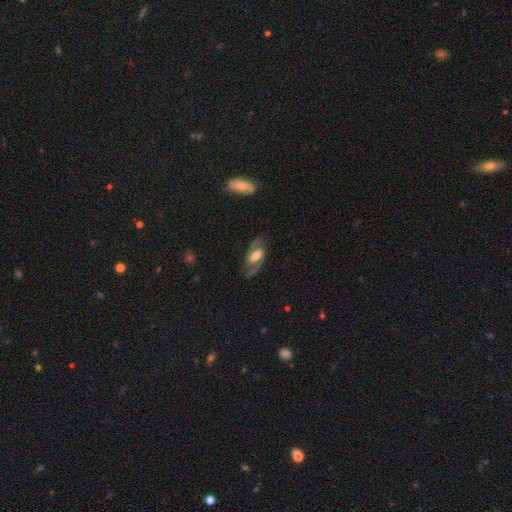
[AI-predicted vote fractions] Q: Smooth or featured?
A: featured or disk (80%); runner-up: smooth (14%)
Q: Edge-on disk?
A: no (95%); runner-up: yes (5%)
Q: Bar?
A: weak (44%); runner-up: strong (29%)
Q: Spiral arms?
A: yes (92%); runner-up: no (8%)
Q: Spiral winding?
A: medium (55%); runner-up: loose (24%)
Q: Spiral arm count?
A: 2 (91%); runner-up: can't tell (4%)
Q: Bulge size?
A: moderate (60%); runner-up: small (18%)
Q: Merging?
A: none (77%); runner-up: minor disturbance (14%)